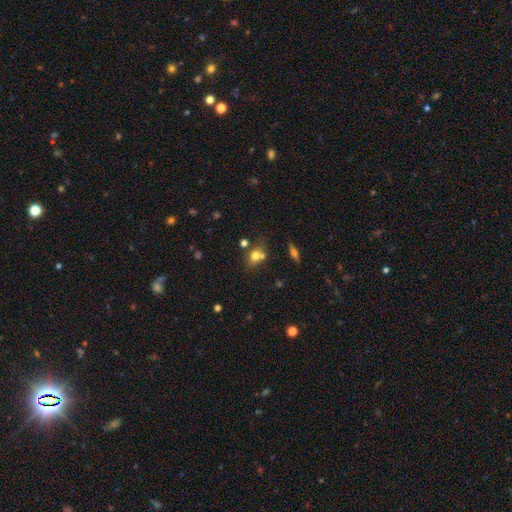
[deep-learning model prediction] This appears to be a smooth galaxy with no disk features (70%) that is in between round and cigar-shaped (50%). Merging: none (48%).